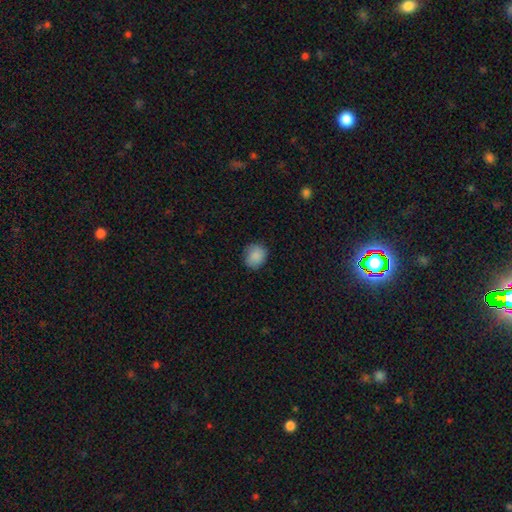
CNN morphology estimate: Smooth or featured: smooth — 88% (star or artifact — 8%)
How rounded: round — 72% (in between — 27%)
Merging: none — 83% (minor disturbance — 13%)